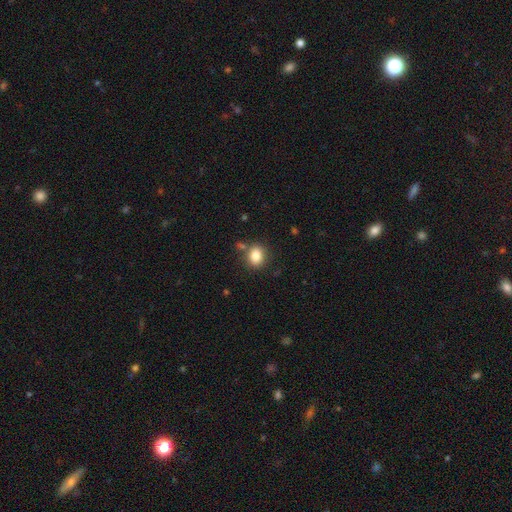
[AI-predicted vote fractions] Smooth or featured? smooth (84%)
How rounded? round (52%)
Merging? none (78%)